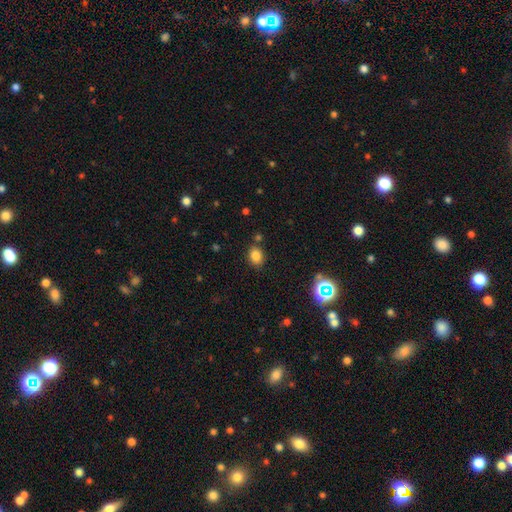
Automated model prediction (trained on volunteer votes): Q: Smooth or featured?
A: smooth (81%); runner-up: star or artifact (13%)
Q: How rounded?
A: in between (54%); runner-up: round (45%)
Q: Merging?
A: none (79%); runner-up: minor disturbance (12%)